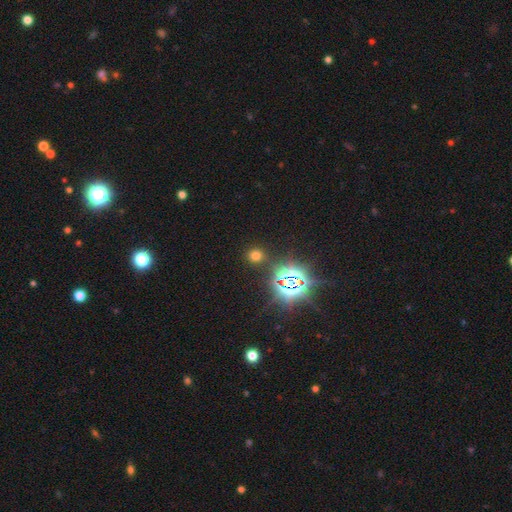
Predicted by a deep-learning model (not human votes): smooth_or_featured: smooth (p=0.58) [alt: star or artifact p=0.36]
how_rounded: round (p=0.84) [alt: in between p=0.14]
merging: none (p=0.84) [alt: minor disturbance p=0.07]